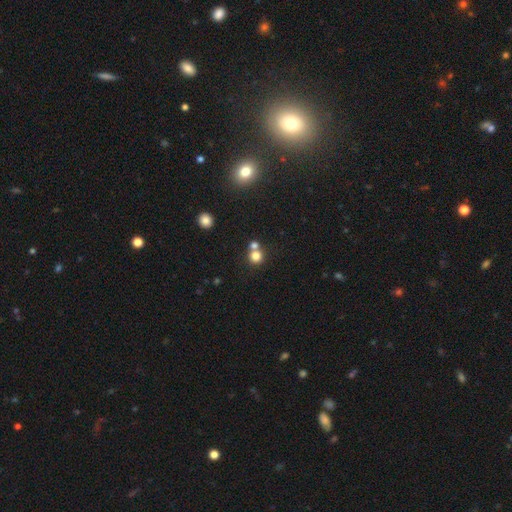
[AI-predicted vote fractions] Smooth or featured?
  - smooth: 78% *
  - star or artifact: 13%
  - featured or disk: 8%
How rounded?
  - round: 88% *
  - in between: 11%
  - cigar-shaped: 1%
Merging?
  - none: 53% *
  - merger: 37%
  - minor disturbance: 7%
  - major disturbance: 3%